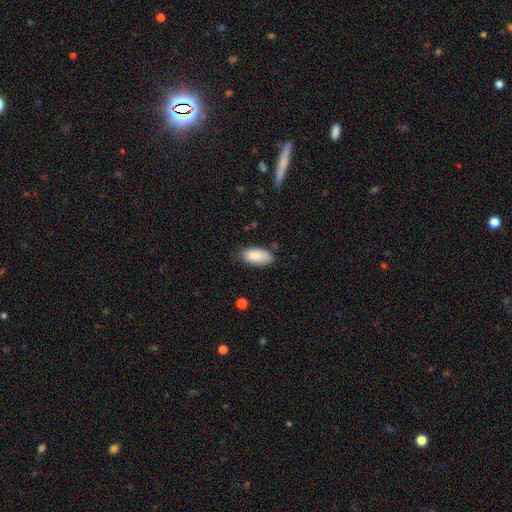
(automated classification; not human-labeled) The model was most divided on "merging": none: 71%, minor disturbance: 23%, major disturbance: 4%, merger: 2%. More confident: how rounded — in between (92%); smooth or featured — smooth (86%).